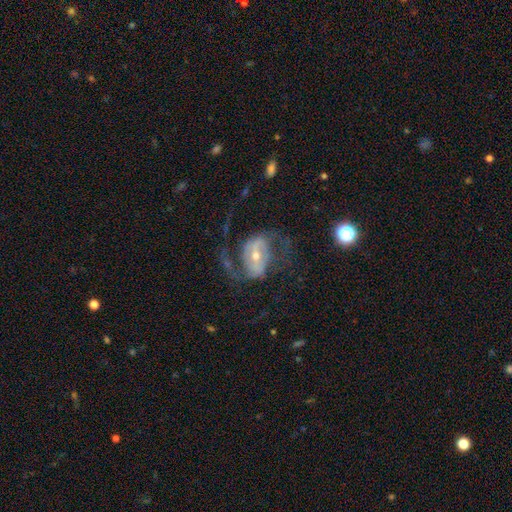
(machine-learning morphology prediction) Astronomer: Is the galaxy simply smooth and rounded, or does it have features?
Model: featured or disk — 83%.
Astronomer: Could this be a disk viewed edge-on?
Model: no — 96%.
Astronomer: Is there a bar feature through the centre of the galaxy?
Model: weak — 38% (runner-up: strong, 36%).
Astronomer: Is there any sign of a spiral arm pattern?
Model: yes — 91%.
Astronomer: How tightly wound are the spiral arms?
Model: medium — 48% (runner-up: loose, 40%).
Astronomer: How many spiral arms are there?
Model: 2 — 89%.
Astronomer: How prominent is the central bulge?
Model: small — 48% (runner-up: moderate, 46%).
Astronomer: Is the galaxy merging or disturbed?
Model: none — 60%.